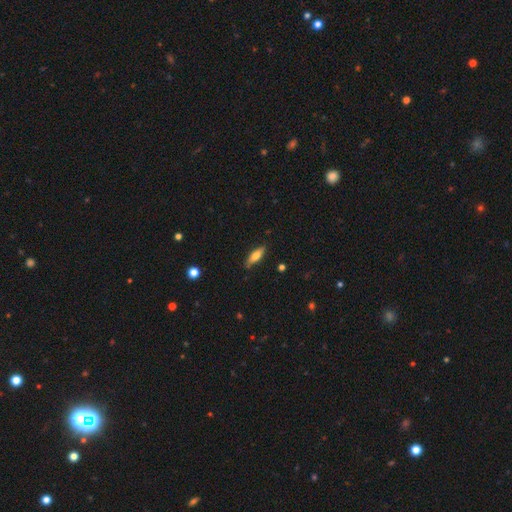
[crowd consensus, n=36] Q: Smooth or featured?
A: smooth (78%); runner-up: featured or disk (19%)
Q: How rounded?
A: cigar-shaped (61%); runner-up: in between (39%)
Q: Merging?
A: none (89%); runner-up: minor disturbance (11%)